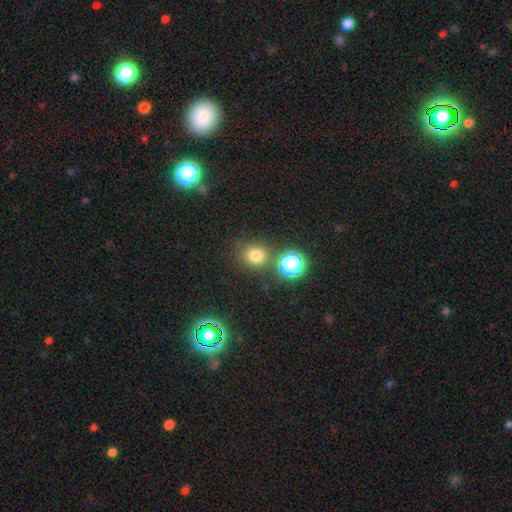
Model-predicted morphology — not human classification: type=smooth (74%); roundness=round (85%); merging=none (74%).